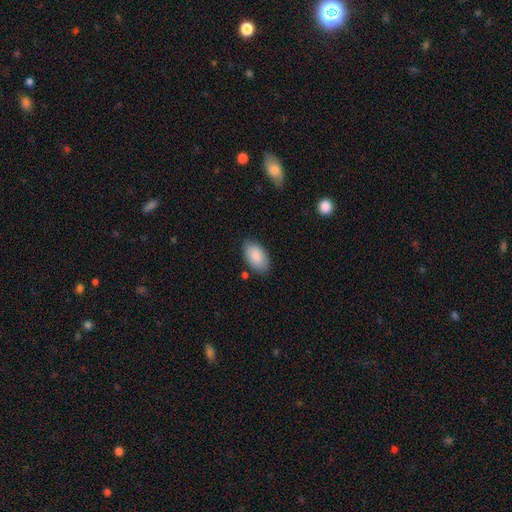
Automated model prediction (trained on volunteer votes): smooth 88%, star or artifact 6%, featured or disk 6%. Down the decision tree: how rounded — in between (95%); merging — none (81%).